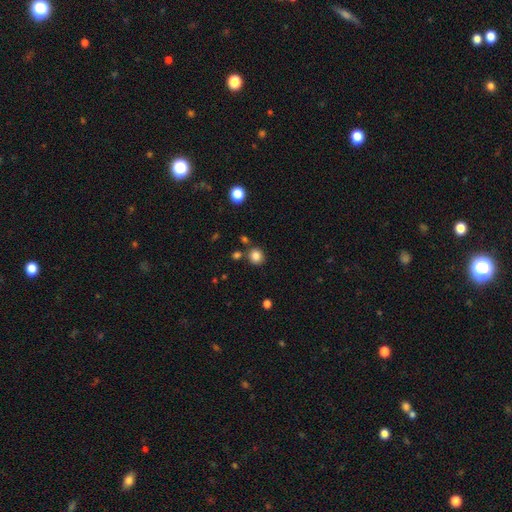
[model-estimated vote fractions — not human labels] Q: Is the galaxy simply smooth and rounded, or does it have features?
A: smooth — 83%.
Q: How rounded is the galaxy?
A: round — 82%.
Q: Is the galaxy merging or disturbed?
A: none — 80%.